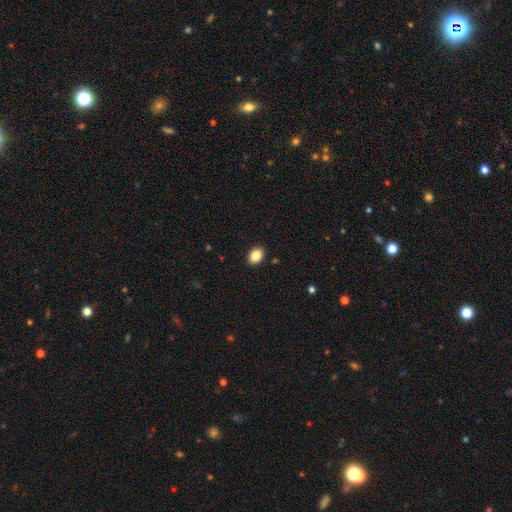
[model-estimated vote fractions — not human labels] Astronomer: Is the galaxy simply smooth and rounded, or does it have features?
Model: smooth — 86%.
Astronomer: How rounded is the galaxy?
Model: in between — 75%.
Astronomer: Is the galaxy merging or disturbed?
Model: none — 90%.